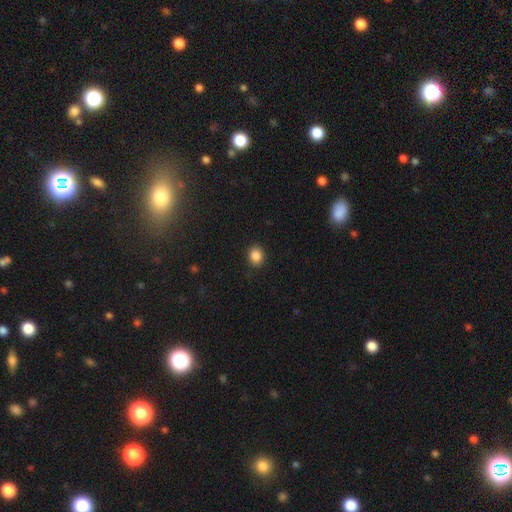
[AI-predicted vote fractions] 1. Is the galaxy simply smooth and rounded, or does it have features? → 87% smooth, 10% star or artifact, 4% featured or disk.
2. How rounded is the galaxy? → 69% round, 30% in between, 1% cigar-shaped.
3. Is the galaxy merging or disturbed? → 88% none, 8% minor disturbance, 2% major disturbance, 1% merger.